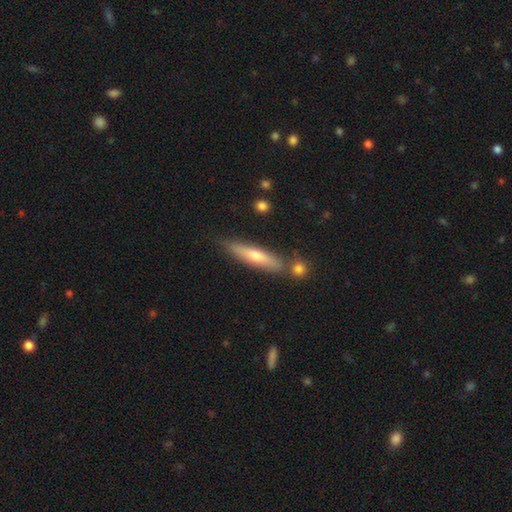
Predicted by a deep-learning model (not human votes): This appears to be a featured or disk galaxy (49%). Merging: none (76%).